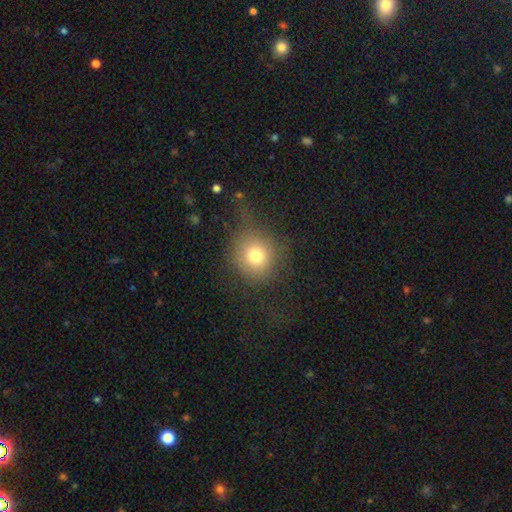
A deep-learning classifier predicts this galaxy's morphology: Q: Smooth or featured?
A: smooth (74%); runner-up: star or artifact (14%)
Q: How rounded?
A: round (88%); runner-up: in between (11%)
Q: Merging?
A: none (63%); runner-up: minor disturbance (18%)